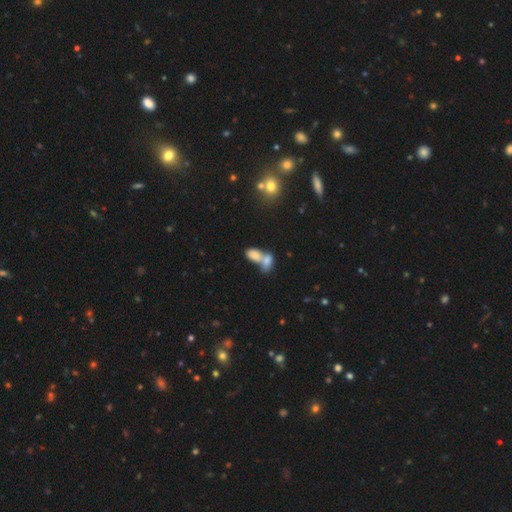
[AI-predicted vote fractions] smooth-or-featured: smooth: 76% | featured or disk: 14% | star or artifact: 10%
  how-rounded: in between: 88% | round: 8% | cigar-shaped: 4%
  merging: merger: 70% | none: 19% | minor disturbance: 7% | major disturbance: 4%